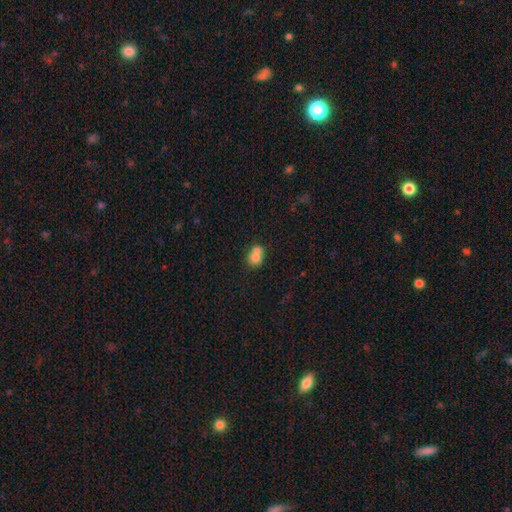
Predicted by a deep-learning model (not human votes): Smooth or featured? smooth (74%)
How rounded? round (64%)
Merging? merger (58%)